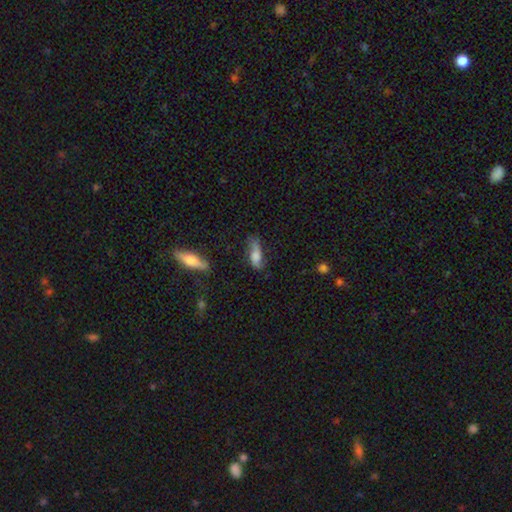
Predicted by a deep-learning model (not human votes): Smooth or featured?
  - smooth: 56% *
  - featured or disk: 35%
  - star or artifact: 9%
How rounded?
  - in between: 63% *
  - cigar-shaped: 33%
  - round: 4%
Merging?
  - none: 49% *
  - minor disturbance: 30%
  - major disturbance: 16%
  - merger: 4%